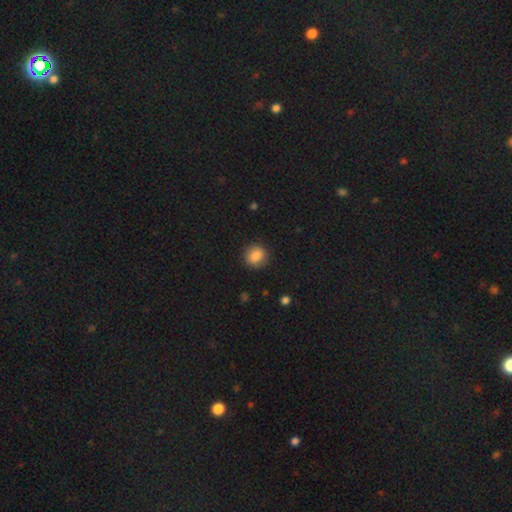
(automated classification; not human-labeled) This appears to be a smooth galaxy with no disk features (85%) that is round (80%). Merging: none (89%).